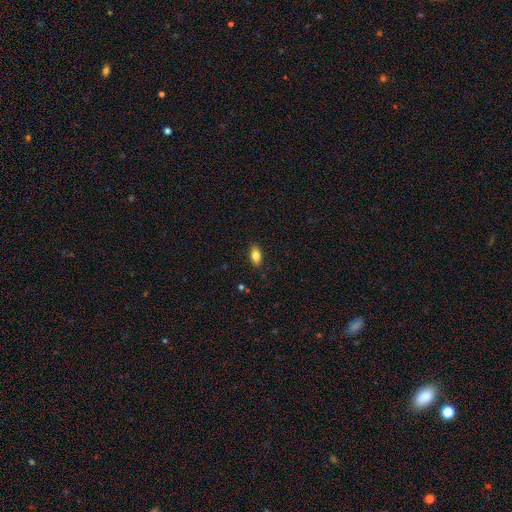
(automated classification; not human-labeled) A smooth galaxy with no disk features (80%) that is in between round and cigar-shaped (88%). Merging: none (87%).